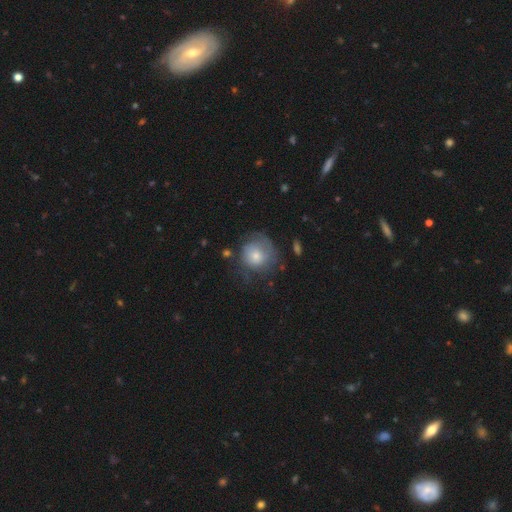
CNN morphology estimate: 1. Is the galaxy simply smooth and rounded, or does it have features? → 64% smooth, 27% featured or disk, 8% star or artifact.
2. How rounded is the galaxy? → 85% round, 14% in between, 1% cigar-shaped.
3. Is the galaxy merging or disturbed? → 50% none, 27% minor disturbance, 21% major disturbance, 3% merger.